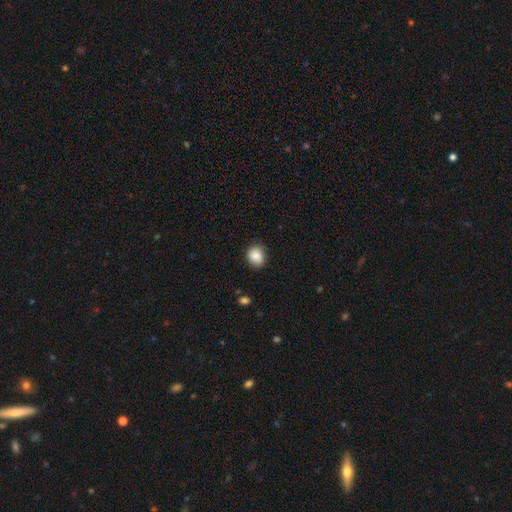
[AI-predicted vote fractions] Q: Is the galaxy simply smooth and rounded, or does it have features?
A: smooth — 88%.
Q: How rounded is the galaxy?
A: round — 70%.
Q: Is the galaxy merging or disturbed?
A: none — 81%.